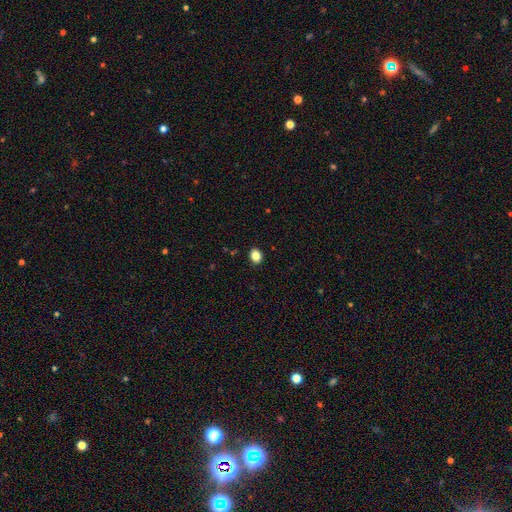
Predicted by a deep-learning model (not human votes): The model was most divided on "how rounded": in between: 51%, round: 48%, cigar-shaped: 1%. More confident: merging — none (90%); smooth or featured — smooth (86%).